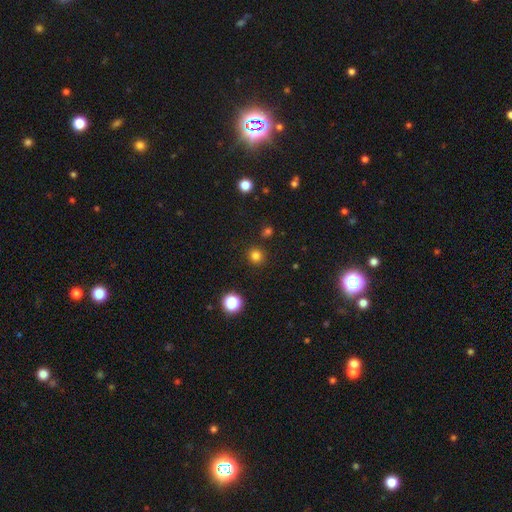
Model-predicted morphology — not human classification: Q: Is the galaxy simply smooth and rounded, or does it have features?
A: smooth — 80%.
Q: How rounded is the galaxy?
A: round — 93%.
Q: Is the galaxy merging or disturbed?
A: none — 89%.